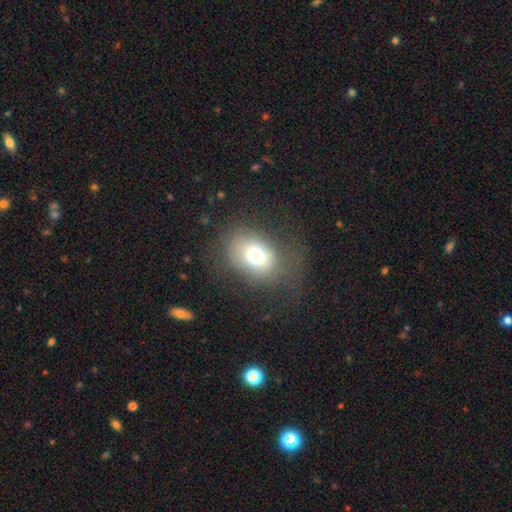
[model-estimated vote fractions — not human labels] smooth_or_featured: smooth (p=0.71) [alt: featured or disk p=0.15]
how_rounded: in between (p=0.59) [alt: round p=0.40]
merging: none (p=0.61) [alt: minor disturbance p=0.20]